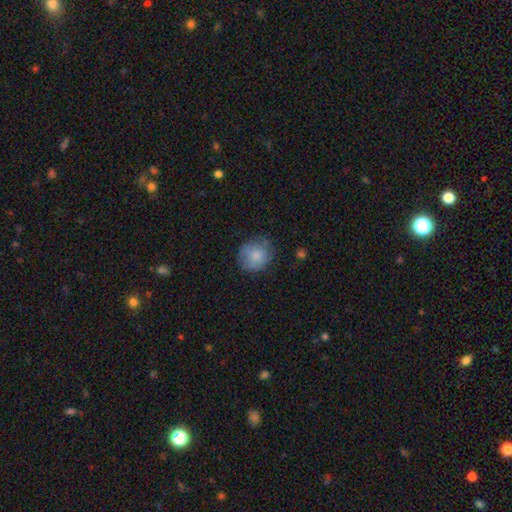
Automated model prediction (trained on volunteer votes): A smooth galaxy with no disk features (77%) that is round (81%). Merging: none (67%).